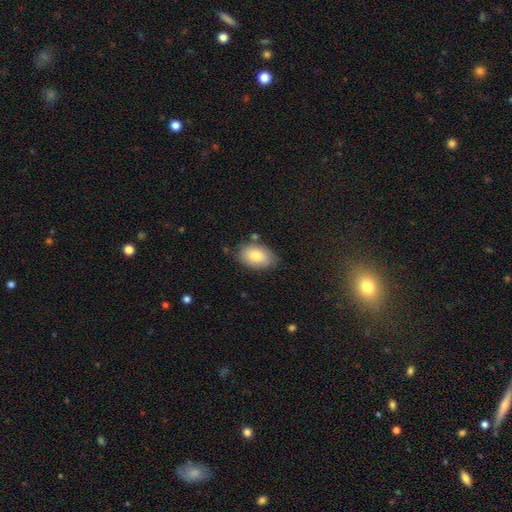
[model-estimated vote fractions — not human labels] smooth 82%, featured or disk 11%, star or artifact 7%. Down the decision tree: how rounded — in between (89%); merging — none (76%).